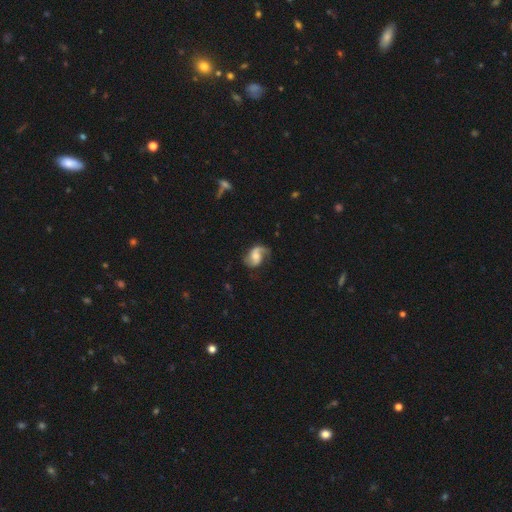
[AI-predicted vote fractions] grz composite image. It shows a featured or disk galaxy (80%) with no bar (48%), 2 (81%) loose (48%) spiral arms (96%) and a moderate central bulge (43%). Merging: none (65%).